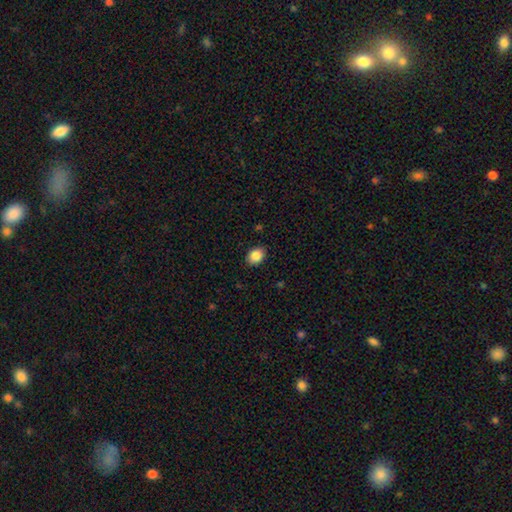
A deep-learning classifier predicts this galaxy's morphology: smooth_or_featured: smooth (p=0.87) [alt: star or artifact p=0.08]
how_rounded: in between (p=0.64) [alt: round p=0.36]
merging: none (p=0.89) [alt: minor disturbance p=0.08]